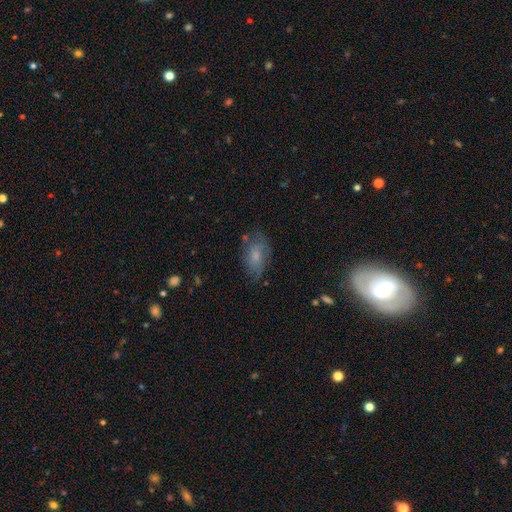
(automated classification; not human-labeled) Overall: smooth (65%; featured or disk 25%). How rounded: in between (89%). Merging: none (65%).